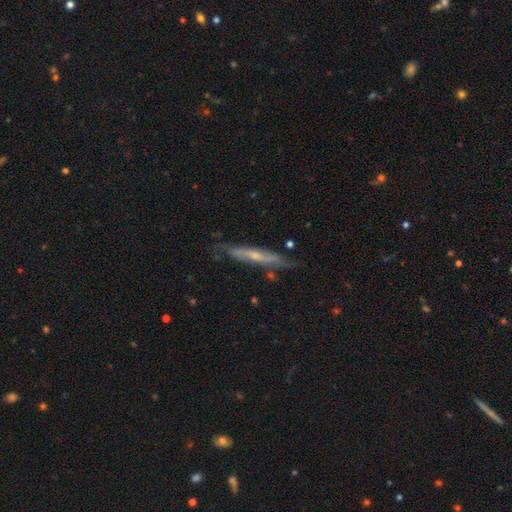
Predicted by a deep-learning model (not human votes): smooth_or_featured: featured or disk (p=0.64) [alt: smooth p=0.29]
disk_edge_on: yes (p=0.74) [alt: no p=0.26]
merging: none (p=0.69) [alt: minor disturbance p=0.22]